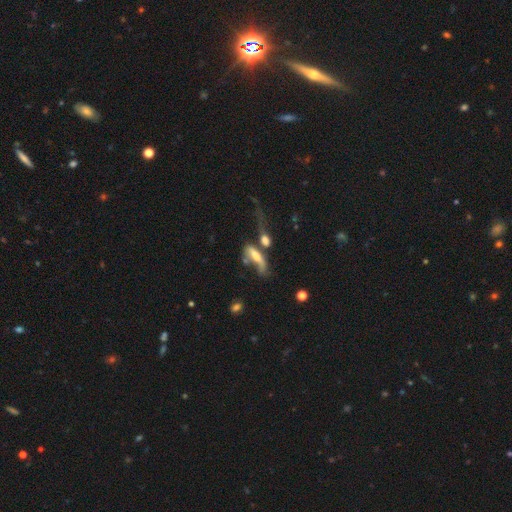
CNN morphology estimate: smooth-or-featured: smooth: 50% | featured or disk: 40% | star or artifact: 10%
  how-rounded: in between: 56% | cigar-shaped: 40% | round: 4%
  merging: merger: 37% | major disturbance: 30% | none: 19% | minor disturbance: 14%